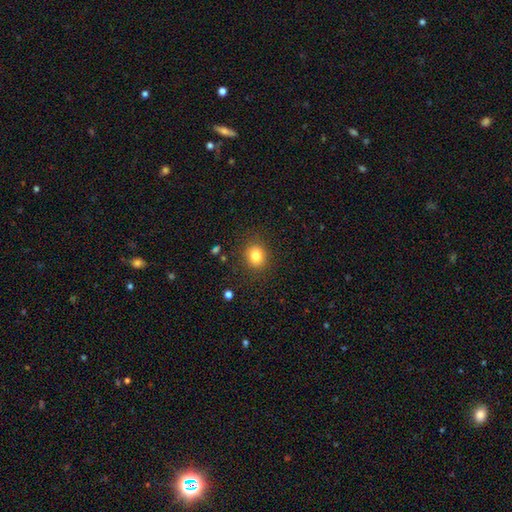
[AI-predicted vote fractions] Smooth or featured? smooth (82%)
How rounded? round (72%)
Merging? none (87%)